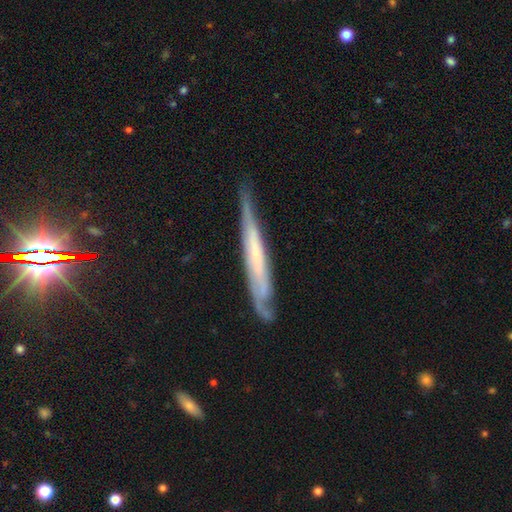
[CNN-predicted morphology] This appears to be a featured or disk galaxy (68%) viewed edge-on (74%) with no central bulge (71%). Merging: none (65%).